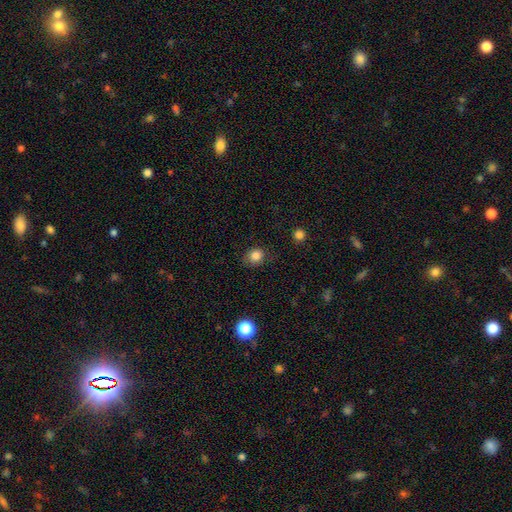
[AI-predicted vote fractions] The model was most divided on "how rounded": round: 72%, in between: 28%, cigar-shaped: 1%. More confident: smooth or featured — smooth (83%); merging — none (81%).